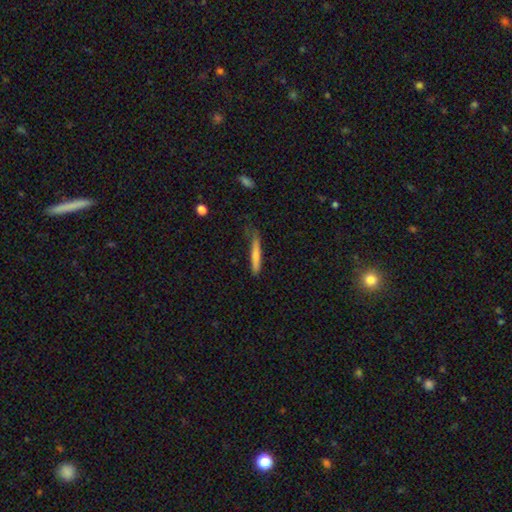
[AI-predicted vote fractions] A smooth galaxy with no disk features (72%) that is cigar-shaped (93%). Merging: none (62%).